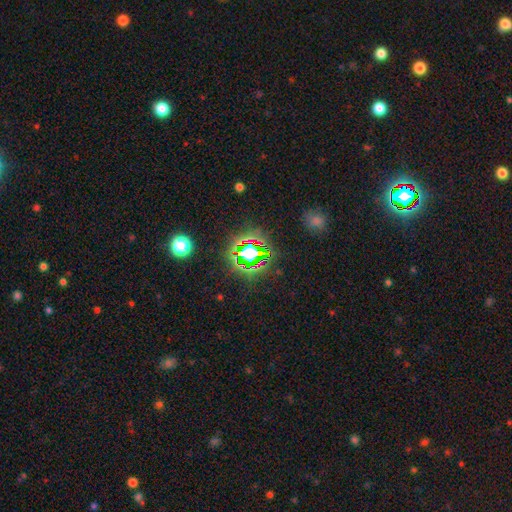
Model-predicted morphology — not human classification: star or artifact 78%, smooth 14%, featured or disk 8%.